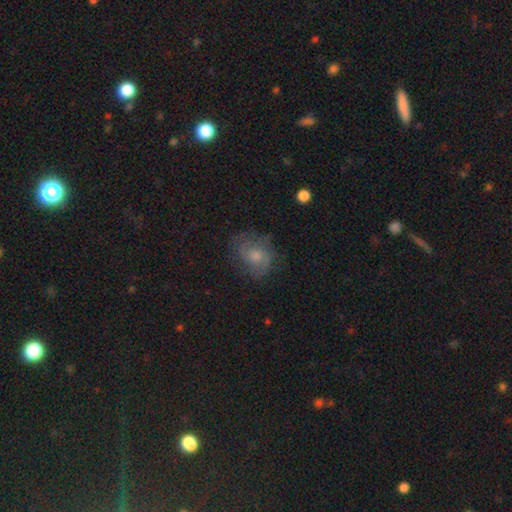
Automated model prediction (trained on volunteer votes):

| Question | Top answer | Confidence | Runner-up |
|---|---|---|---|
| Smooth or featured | featured or disk | 46% | smooth (40%) |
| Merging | none | 71% | minor disturbance (19%) |